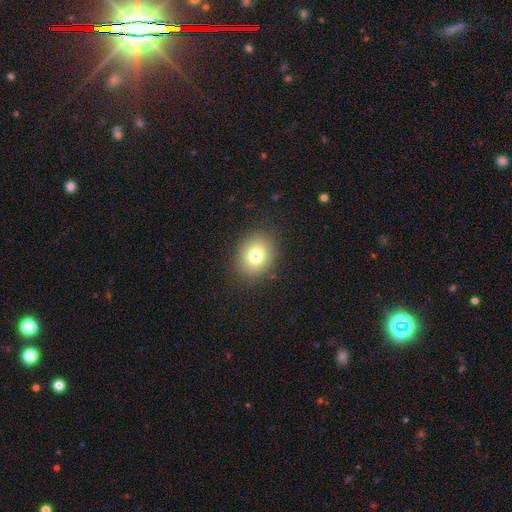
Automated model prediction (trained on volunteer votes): A smooth galaxy with no disk features (77%) that is round (57%). Merging: none (88%).